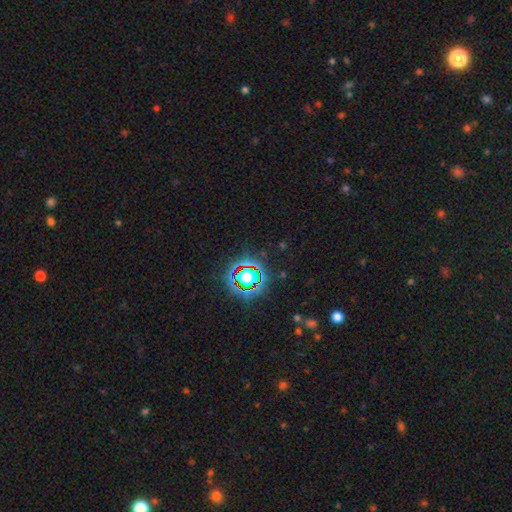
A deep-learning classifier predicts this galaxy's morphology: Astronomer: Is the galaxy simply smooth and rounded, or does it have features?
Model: star or artifact — 81%.